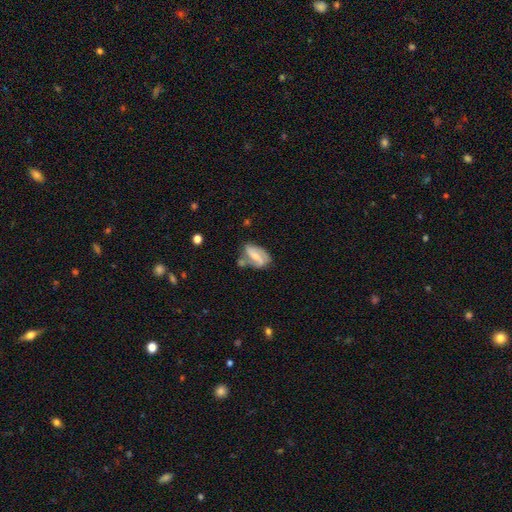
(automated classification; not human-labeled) Overall: featured or disk (67%). Edge-on disk: no (94%). Bar: strong (40%; weak 38%). Spiral arms: yes (85%). Spiral arm count: 2 (79%). Spiral winding: medium (41%; loose 36%). Bulge size: small (51%; moderate 33%). Merging: none (45%; minor disturbance 23%).